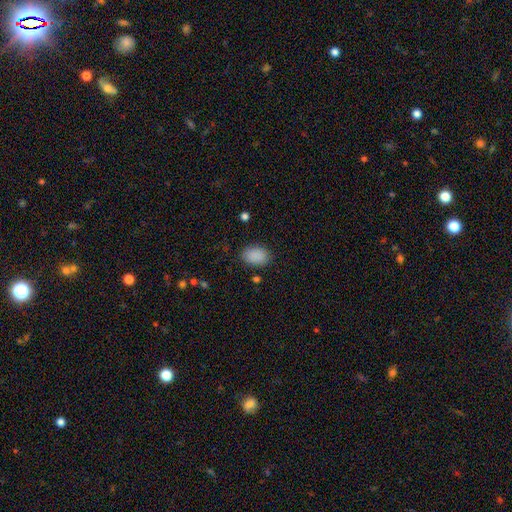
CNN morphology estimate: type=smooth (89%); roundness=in between (86%); merging=none (85%).